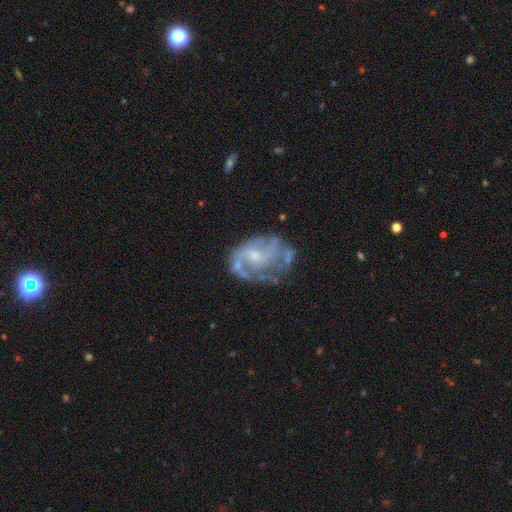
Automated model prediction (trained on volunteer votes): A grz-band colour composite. It shows a featured or disk galaxy (82%) with no bar (60%), 2 (39%) medium (46%) spiral arms (85%) and a small central bulge (52%). Merging: none (53%).